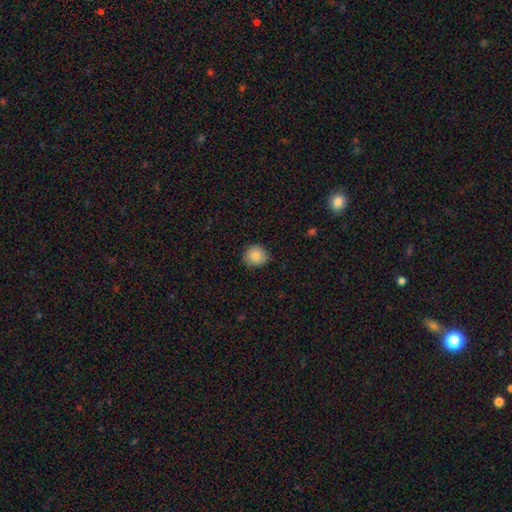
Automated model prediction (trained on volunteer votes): This appears to be a smooth galaxy with no disk features (85%) that is round (85%). Merging: none (85%).